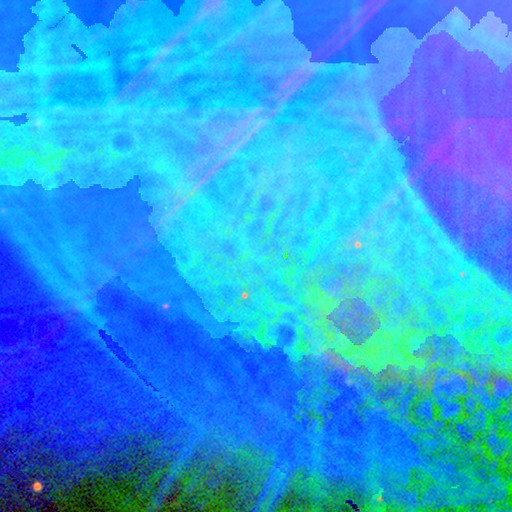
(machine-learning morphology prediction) Smooth or featured?
  - star or artifact: 84% *
  - featured or disk: 8%
  - smooth: 8%